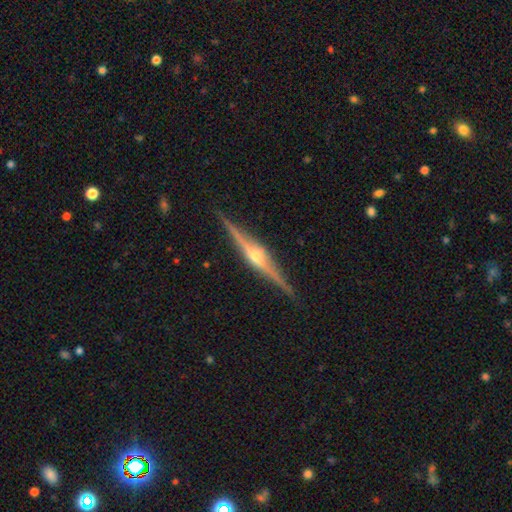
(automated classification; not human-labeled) smooth_or_featured: featured or disk (p=0.86) [alt: smooth p=0.08]
disk_edge_on: yes (p=0.98) [alt: no p=0.02]
edge_on_bulge: rounded (p=0.88) [alt: boxy p=0.08]
merging: none (p=0.89) [alt: minor disturbance p=0.08]